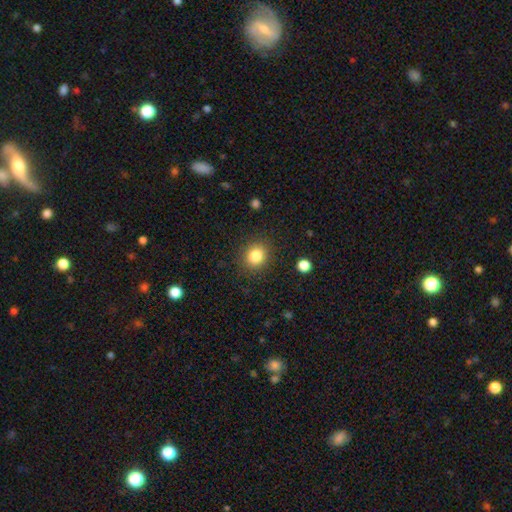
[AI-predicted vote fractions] Smooth or featured? smooth (82%)
How rounded? round (78%)
Merging? none (88%)